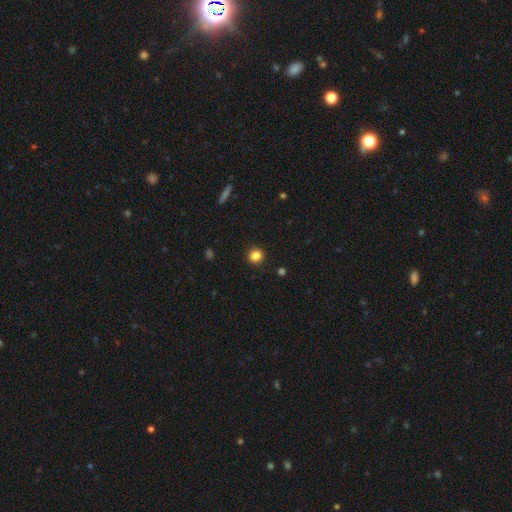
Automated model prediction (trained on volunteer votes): Morphology: type=smooth (84%); roundness=round (81%); merging=none (89%).